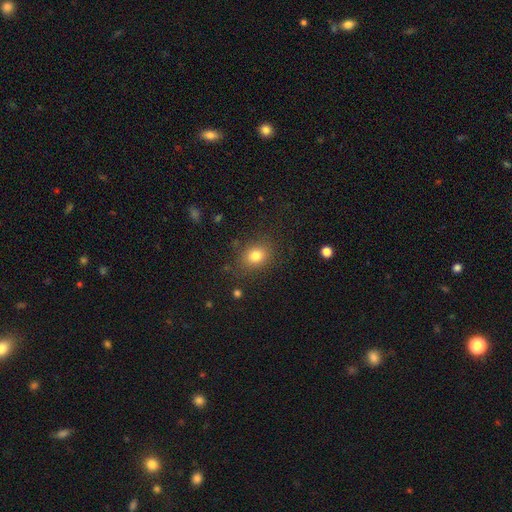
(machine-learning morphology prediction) A smooth galaxy with no disk features (80%) that is round (57%).

Vote fractions:
- Smooth or featured? smooth: 80% / star or artifact: 12% / featured or disk: 8%
- How rounded? round: 57% / in between: 42% / cigar-shaped: 1%
- Merging? none: 83% / minor disturbance: 11% / major disturbance: 4% / merger: 2%